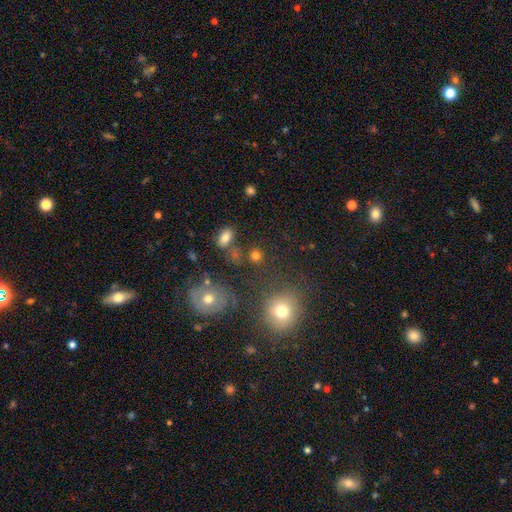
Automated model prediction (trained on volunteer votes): Morphology: type=smooth (76%); roundness=round (75%); merging=none (73%).